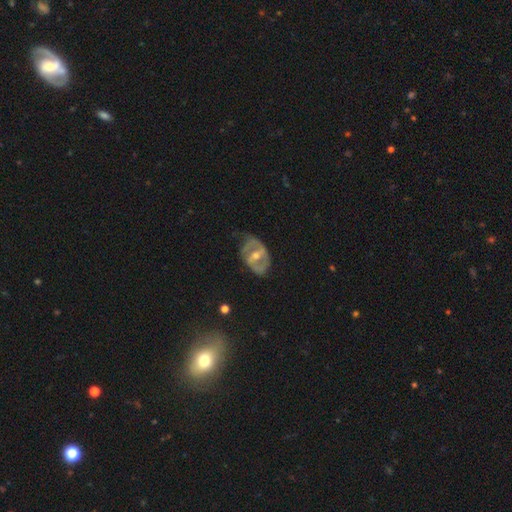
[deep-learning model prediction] A featured or disk galaxy (75%) with a weak bar (43%), 2 (72%) medium (43%) spiral arms (71%) and a moderate central bulge (63%).

Vote fractions:
- Smooth or featured? featured or disk: 75% / smooth: 18% / star or artifact: 7%
- Edge-on disk? no: 94% / yes: 6%
- Bar? weak: 43% / strong: 35% / no: 22%
- Spiral arms? yes: 71% / no: 29%
- Spiral winding? medium: 43% / tight: 33% / loose: 24%
- Spiral arm count? 2: 72% / can't tell: 16% / 1: 7% / 3: 2% / 4: 1% / more than 4: 1%
- Bulge size? moderate: 63% / small: 32% / large: 2% / none: 2% / dominant: 1%
- Merging? none: 60% / minor disturbance: 27% / major disturbance: 11% / merger: 2%